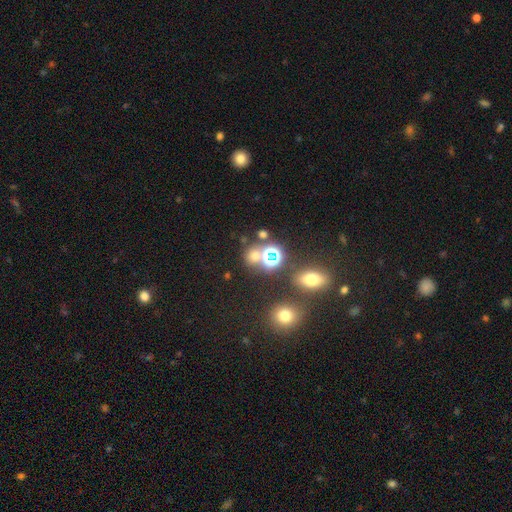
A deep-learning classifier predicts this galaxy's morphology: Overall: smooth (54%; star or artifact 38%). How rounded: round (78%). Merging: none (67%).